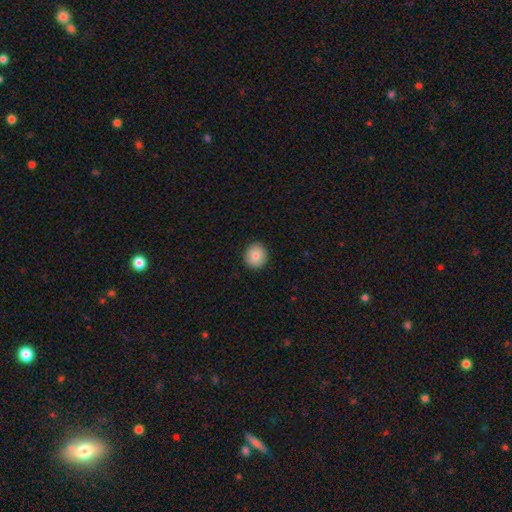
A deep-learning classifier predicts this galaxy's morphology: A smooth galaxy with no disk features (83%) that is round (86%). Merging: none (91%).